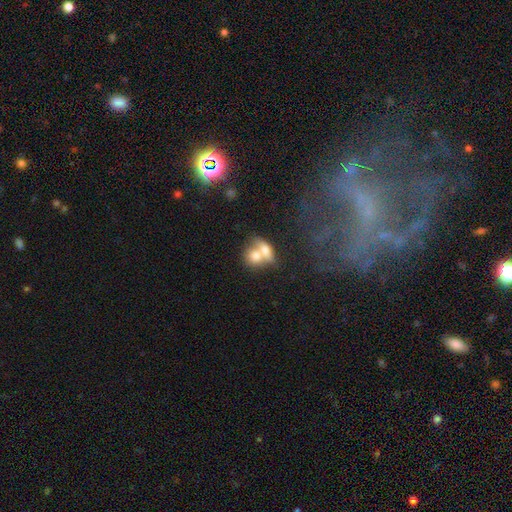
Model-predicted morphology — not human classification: smooth-or-featured: smooth: 70% | featured or disk: 23% | star or artifact: 8%
  how-rounded: round: 52% | in between: 44% | cigar-shaped: 4%
  merging: merger: 71% | none: 18% | minor disturbance: 6% | major disturbance: 5%